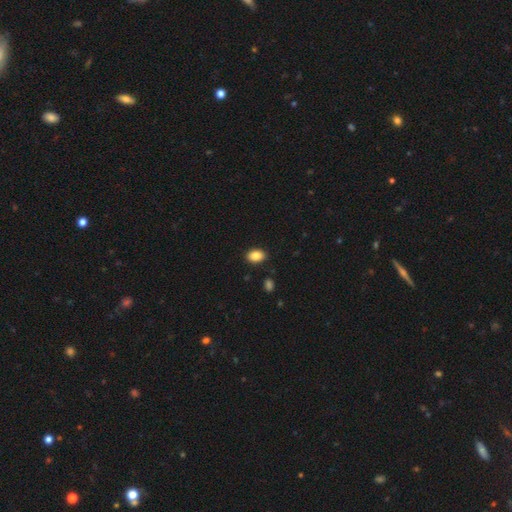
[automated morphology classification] Smooth or featured? smooth (86%)
How rounded? in between (80%)
Merging? none (88%)